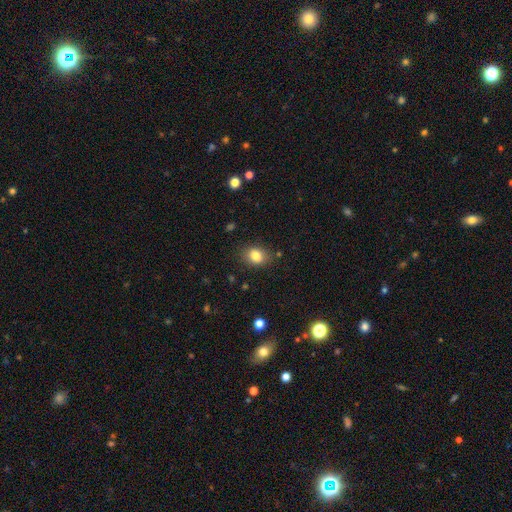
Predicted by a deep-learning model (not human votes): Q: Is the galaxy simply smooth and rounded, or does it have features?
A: smooth — 83%.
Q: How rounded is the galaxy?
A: in between — 60%.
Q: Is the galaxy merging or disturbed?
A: none — 82%.